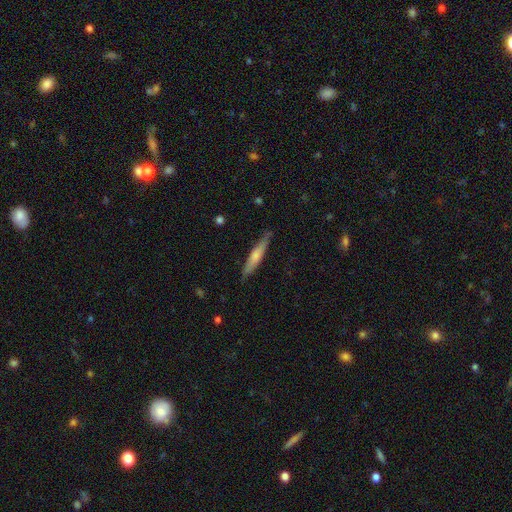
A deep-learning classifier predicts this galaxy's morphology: A smooth galaxy with no disk features (54%) that is cigar-shaped (90%). Merging: none (84%).